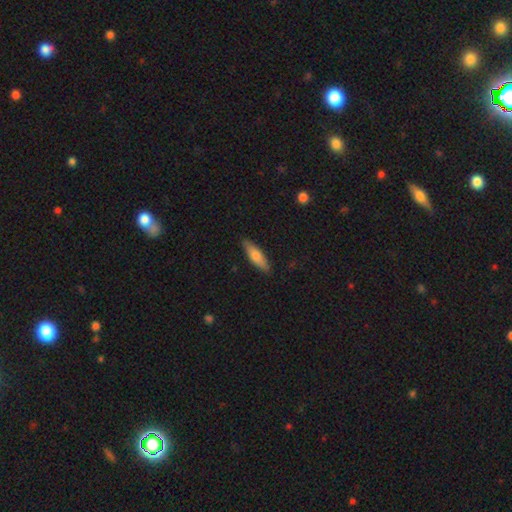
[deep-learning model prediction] Morphology: type=smooth (75%); roundness=cigar-shaped (51%); merging=none (86%).